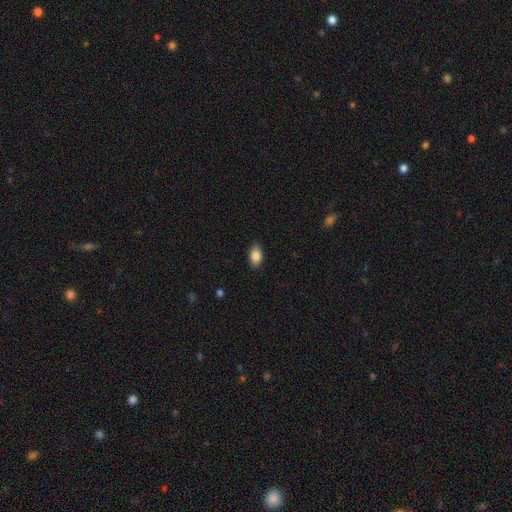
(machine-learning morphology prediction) Smooth or featured? smooth (87%)
How rounded? in between (93%)
Merging? none (87%)